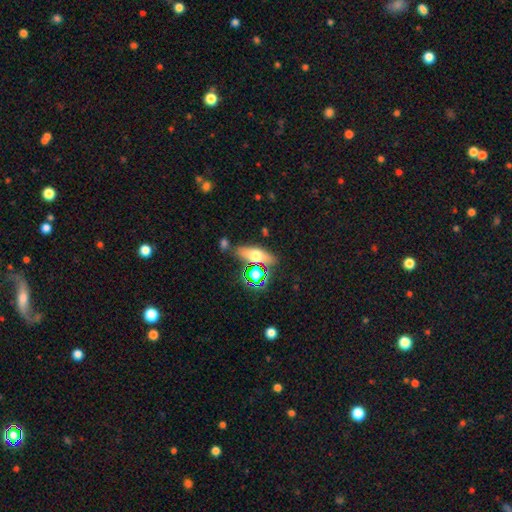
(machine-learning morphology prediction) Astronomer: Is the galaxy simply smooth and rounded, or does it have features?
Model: smooth — 55%.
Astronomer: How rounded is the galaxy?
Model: in between — 54% (runner-up: cigar-shaped, 34%).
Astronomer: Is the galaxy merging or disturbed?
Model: none — 76%.